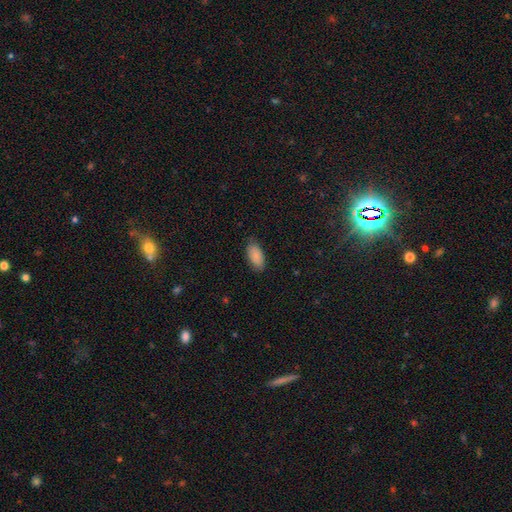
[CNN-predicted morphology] This appears to be a smooth galaxy with no disk features (89%) that is in between round and cigar-shaped (92%). Merging: none (84%).